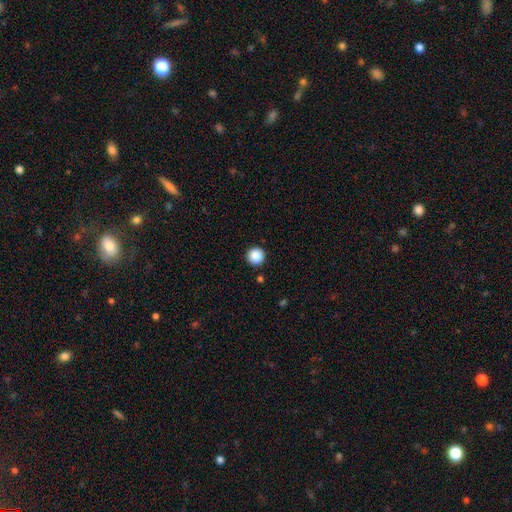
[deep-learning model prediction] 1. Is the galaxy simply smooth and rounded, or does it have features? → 88% smooth, 9% star or artifact, 3% featured or disk.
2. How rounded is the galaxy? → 96% round, 3% in between, 1% cigar-shaped.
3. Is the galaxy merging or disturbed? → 92% none, 5% minor disturbance, 2% major disturbance, 1% merger.